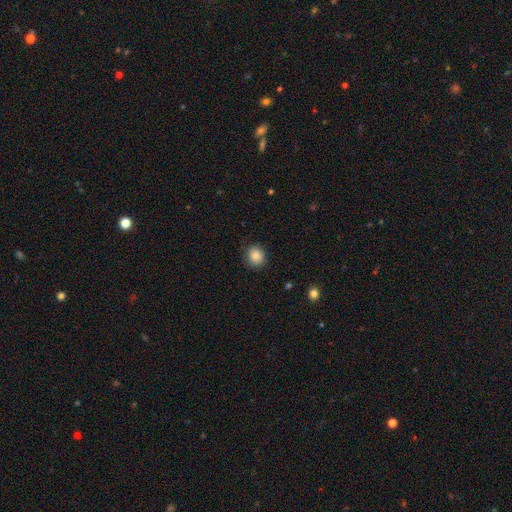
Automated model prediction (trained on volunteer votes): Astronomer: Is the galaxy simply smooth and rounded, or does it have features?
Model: smooth — 87%.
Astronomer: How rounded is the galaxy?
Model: round — 80%.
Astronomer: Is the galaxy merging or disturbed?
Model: none — 86%.